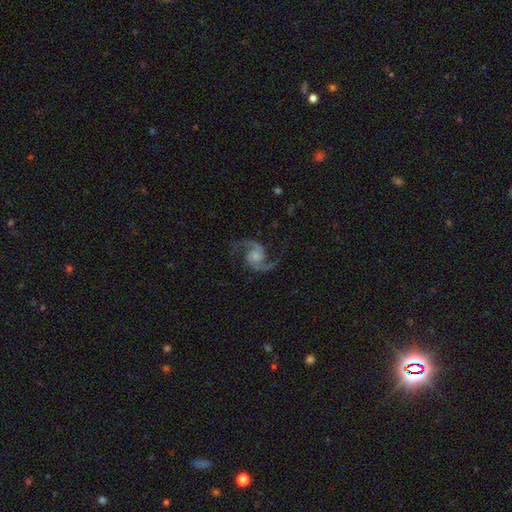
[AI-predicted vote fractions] A featured or disk galaxy (93%) with no bar (66%), 2 (95%) medium (49%) spiral arms (98%) and a small central bulge (33%, tied with moderate). Merging: none (81%).